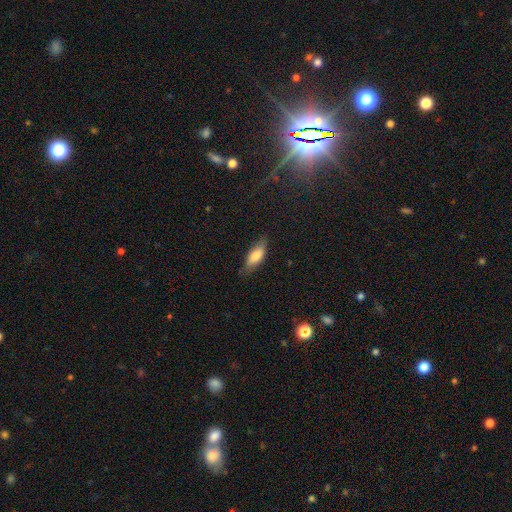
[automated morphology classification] type=smooth (76%); roundness=in between (72%); merging=none (75%).